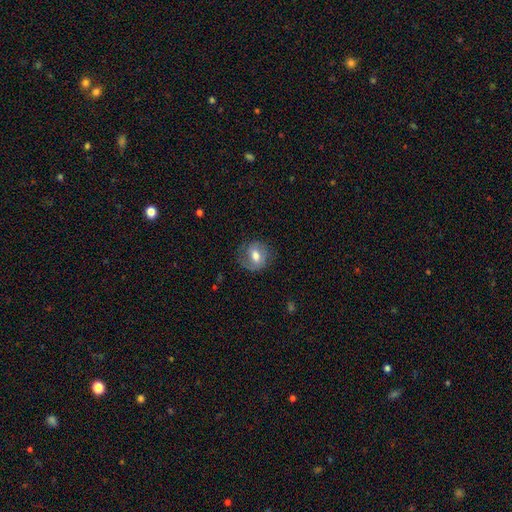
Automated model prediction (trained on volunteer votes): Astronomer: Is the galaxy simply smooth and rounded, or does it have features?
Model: smooth — 54% (runner-up: featured or disk, 38%).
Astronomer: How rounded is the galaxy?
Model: round — 64%.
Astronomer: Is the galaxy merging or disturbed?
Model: none — 69%.